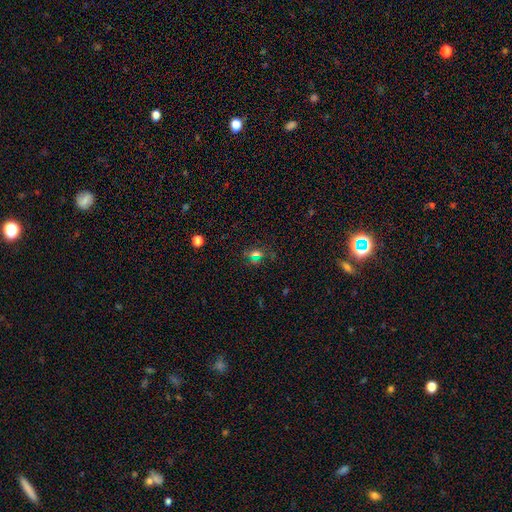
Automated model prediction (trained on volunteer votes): This appears to be a star or artifact, not a galaxy (45%).